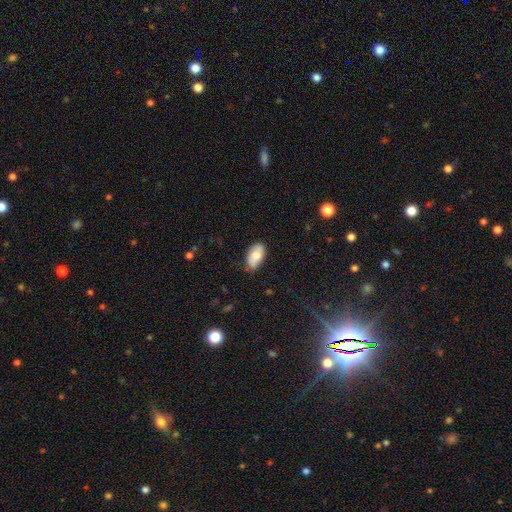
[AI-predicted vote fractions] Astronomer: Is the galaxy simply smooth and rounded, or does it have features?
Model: smooth — 76%.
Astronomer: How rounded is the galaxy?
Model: in between — 94%.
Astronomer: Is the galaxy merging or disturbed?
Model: none — 75%.